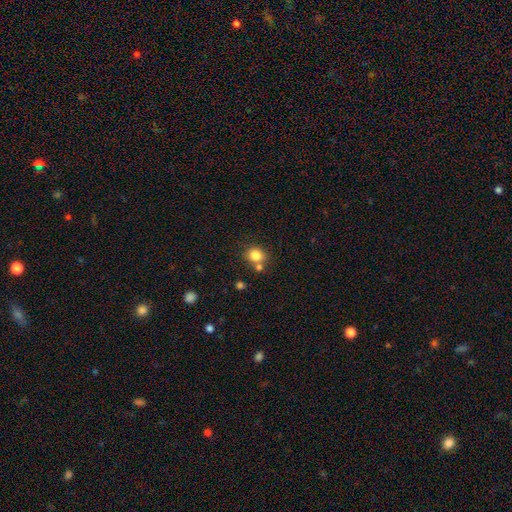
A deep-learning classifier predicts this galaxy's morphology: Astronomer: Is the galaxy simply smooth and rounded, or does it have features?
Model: smooth — 82%.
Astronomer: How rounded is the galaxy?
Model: round — 72%.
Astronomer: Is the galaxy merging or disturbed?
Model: none — 66%.